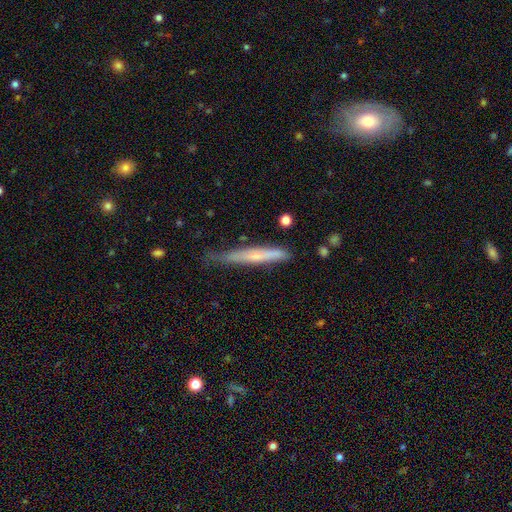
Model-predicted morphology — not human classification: This appears to be a smooth galaxy with no disk features (55%) that is cigar-shaped (95%). Merging: none (63%).